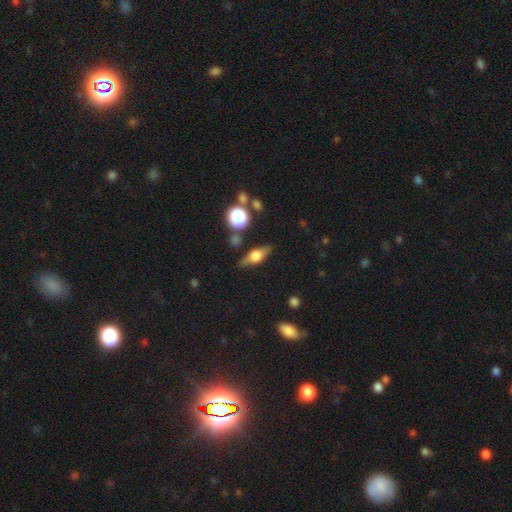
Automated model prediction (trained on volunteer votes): A featured or disk galaxy (56%) viewed edge-on (91%) with a rounded central bulge (92%). Merging: none (81%).